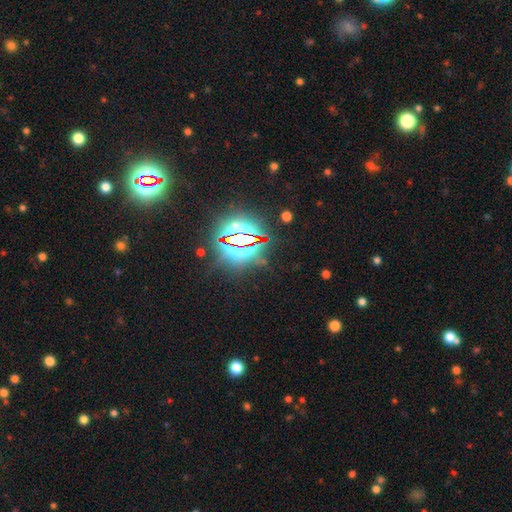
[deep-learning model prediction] A star or artifact, not a galaxy (83%).